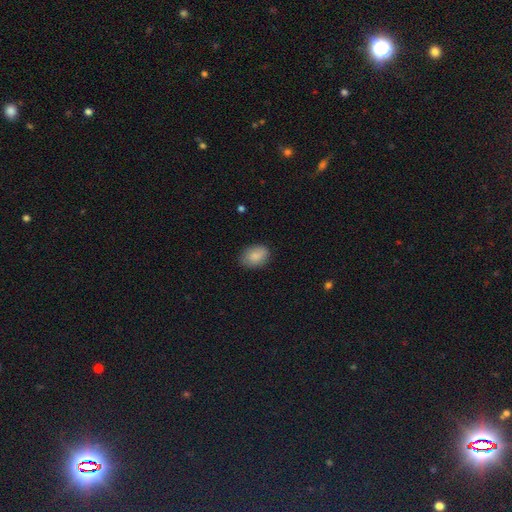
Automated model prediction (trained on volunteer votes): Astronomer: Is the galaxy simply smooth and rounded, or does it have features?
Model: smooth — 86%.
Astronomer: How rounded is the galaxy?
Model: in between — 76%.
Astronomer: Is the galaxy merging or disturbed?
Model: none — 83%.